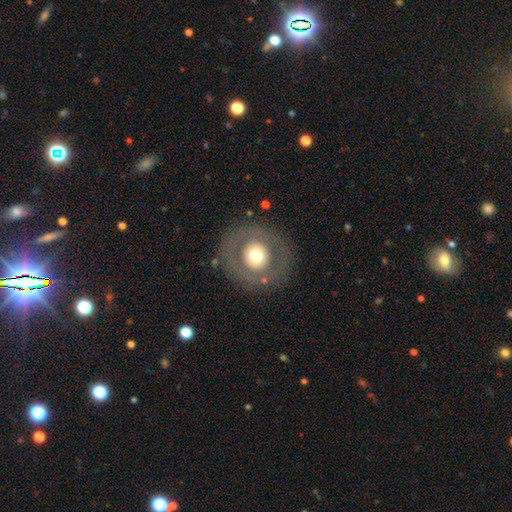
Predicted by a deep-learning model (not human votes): This is possibly a smooth galaxy (54%). How rounded: clearly round (91%). Merging: clearly none (83%).